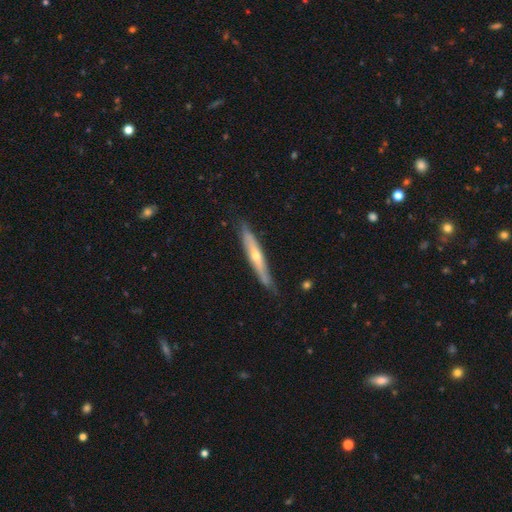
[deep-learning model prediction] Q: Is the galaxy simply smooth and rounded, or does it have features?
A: featured or disk — 61%.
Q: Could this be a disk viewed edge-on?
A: yes — 89%.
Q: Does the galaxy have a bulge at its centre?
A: rounded — 78%.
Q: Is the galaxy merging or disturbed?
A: none — 79%.